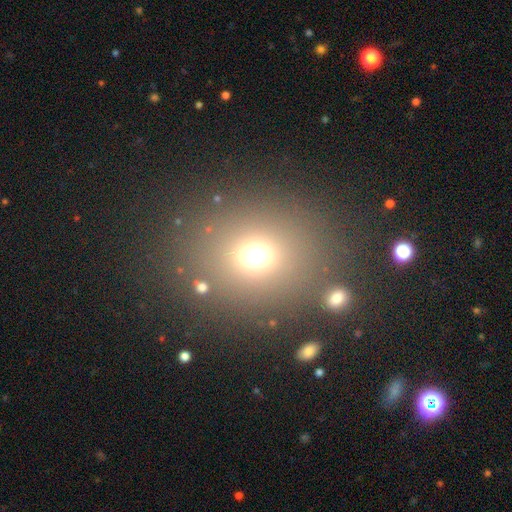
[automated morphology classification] Overall: smooth (67%). How rounded: round (74%). Merging: none (76%).